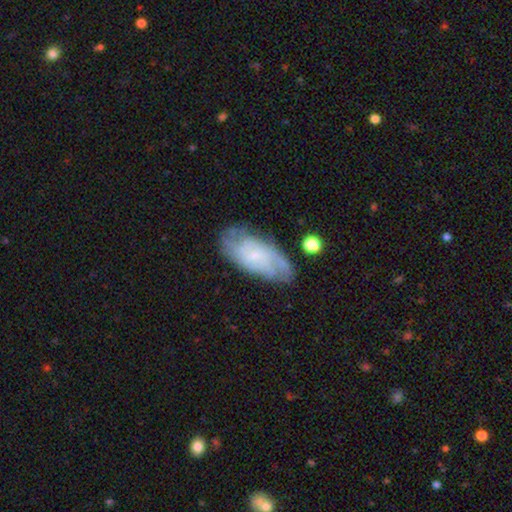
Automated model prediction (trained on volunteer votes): This is likely a featured or disk galaxy (66%). It is clearly not viewed edge-on (93%). Bar: likely no (61%). Spiral arm pattern: clearly yes (86%). Spiral arm count: possibly can't tell (47%). Spiral winding: possibly tight (47%). Central bulge: likely small (68%). Merging: likely none (67%).